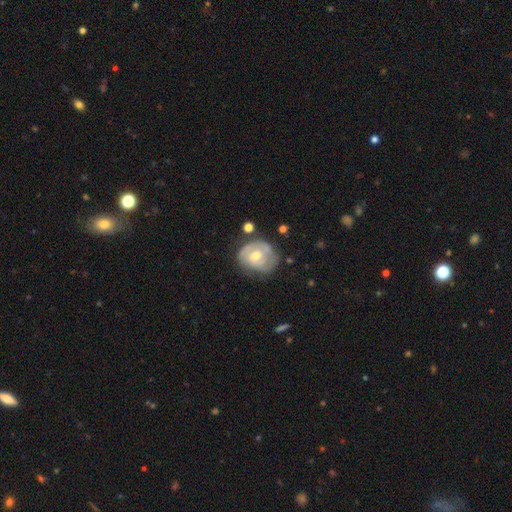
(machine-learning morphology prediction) This appears to be a featured or disk galaxy (61%) with no bar (72%), spiral arms (65%) and a moderate central bulge (61%). Merging: none (58%).